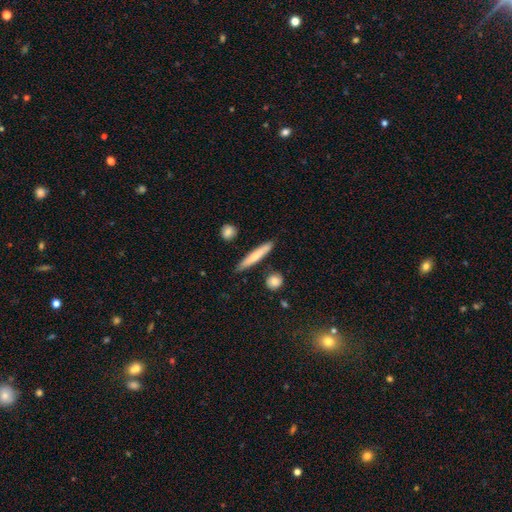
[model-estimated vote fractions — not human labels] Q: Smooth or featured?
A: smooth (67%); runner-up: featured or disk (27%)
Q: How rounded?
A: cigar-shaped (90%); runner-up: in between (7%)
Q: Merging?
A: none (84%); runner-up: minor disturbance (10%)